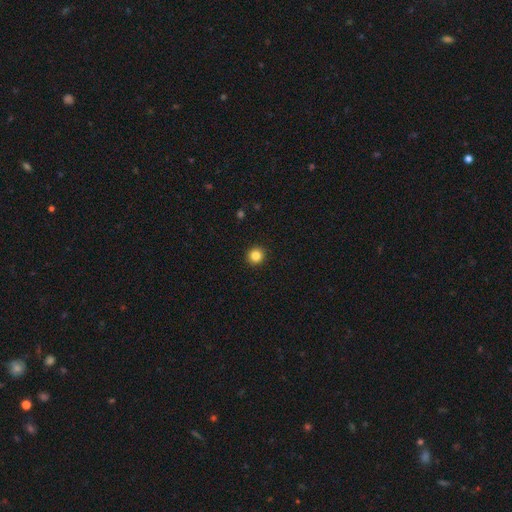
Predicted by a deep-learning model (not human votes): Q: Smooth or featured?
A: smooth (84%); runner-up: star or artifact (11%)
Q: How rounded?
A: round (95%); runner-up: in between (4%)
Q: Merging?
A: none (94%); runner-up: minor disturbance (4%)